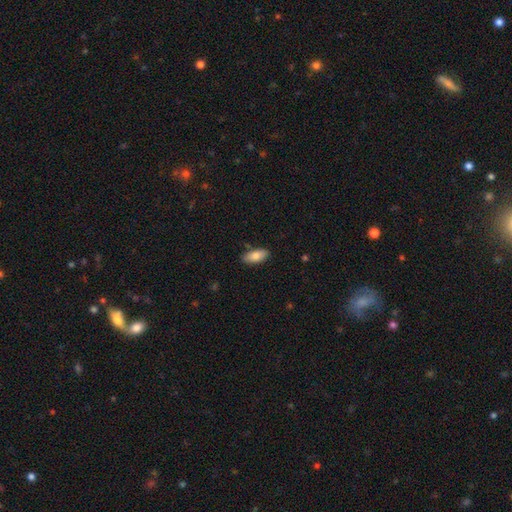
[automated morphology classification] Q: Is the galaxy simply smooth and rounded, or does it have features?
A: smooth — 82%.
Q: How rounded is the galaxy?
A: in between — 87%.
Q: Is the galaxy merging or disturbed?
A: none — 84%.